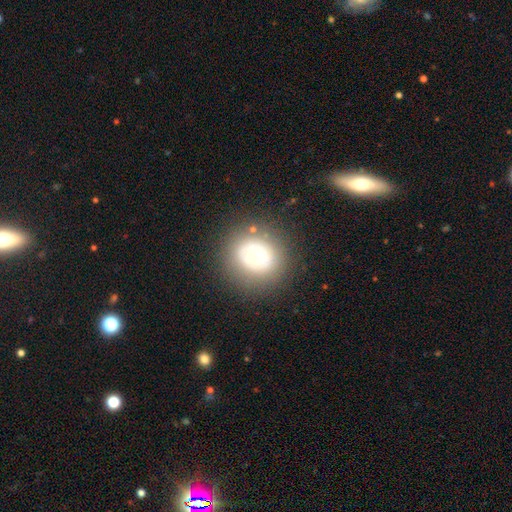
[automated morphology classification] Overall: smooth (62%; featured or disk 26%). How rounded: round (86%). Merging: none (81%).